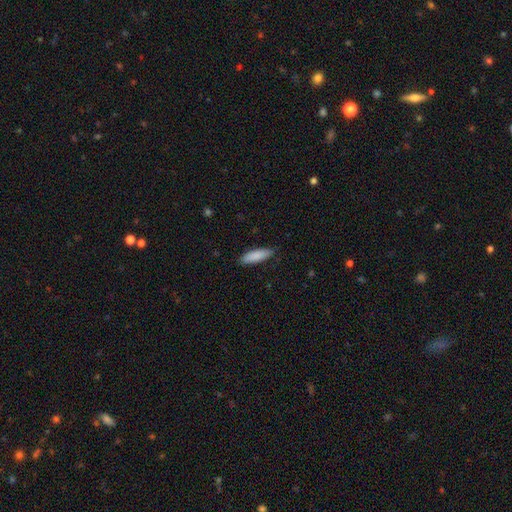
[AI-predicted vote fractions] A smooth galaxy with no disk features (87%) that is cigar-shaped (54%).

Vote fractions:
- Smooth or featured? smooth: 87% / featured or disk: 8% / star or artifact: 6%
- How rounded? cigar-shaped: 54% / in between: 45% / round: 1%
- Merging? none: 86% / minor disturbance: 11% / major disturbance: 2% / merger: 1%